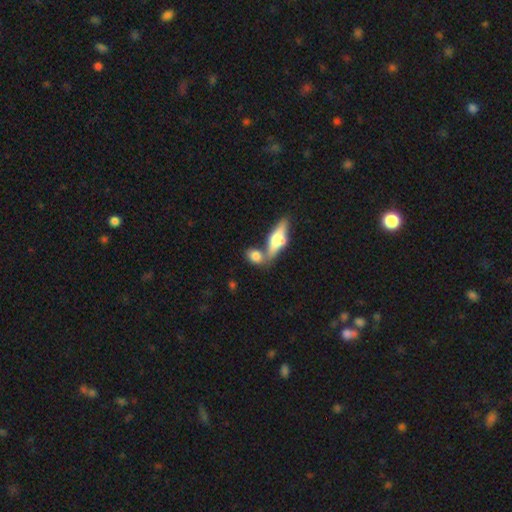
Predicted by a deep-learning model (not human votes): Smooth or featured? smooth (70%)
How rounded? in between (67%)
Merging? none (44%)